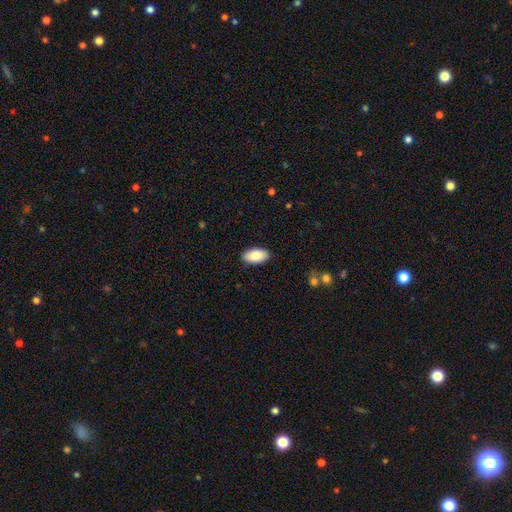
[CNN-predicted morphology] smooth_or_featured: smooth (p=0.85) [alt: featured or disk p=0.09]
how_rounded: in between (p=0.95) [alt: round p=0.03]
merging: none (p=0.89) [alt: minor disturbance p=0.09]